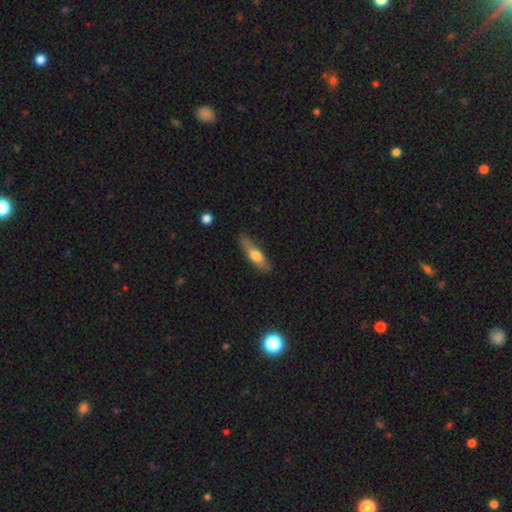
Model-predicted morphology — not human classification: Smooth or featured? Predicted: smooth (p=0.61). How rounded? Predicted: cigar-shaped (p=0.68). Merging? Predicted: none (p=0.70).